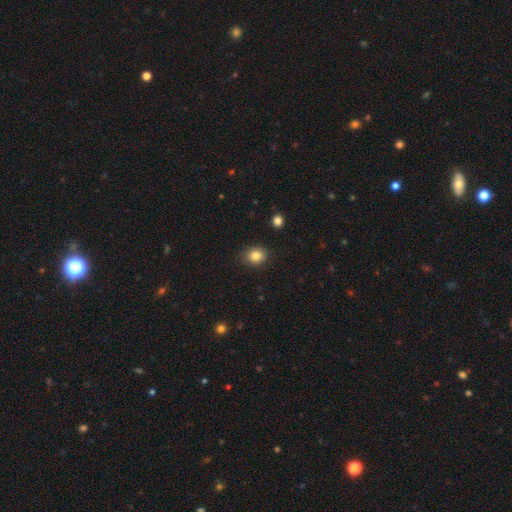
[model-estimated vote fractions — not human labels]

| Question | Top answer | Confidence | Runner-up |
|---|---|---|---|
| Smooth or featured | smooth | 84% | star or artifact (10%) |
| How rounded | round | 59% | in between (40%) |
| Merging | none | 85% | minor disturbance (11%) |